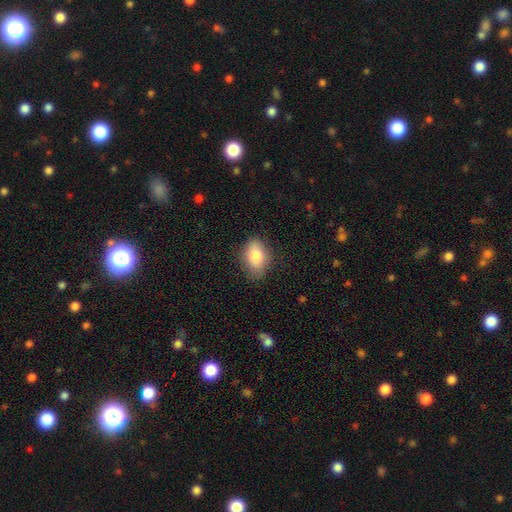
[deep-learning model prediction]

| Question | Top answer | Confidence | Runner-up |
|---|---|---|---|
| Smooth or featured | smooth | 85% | featured or disk (8%) |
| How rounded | in between | 88% | round (10%) |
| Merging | none | 77% | minor disturbance (17%) |